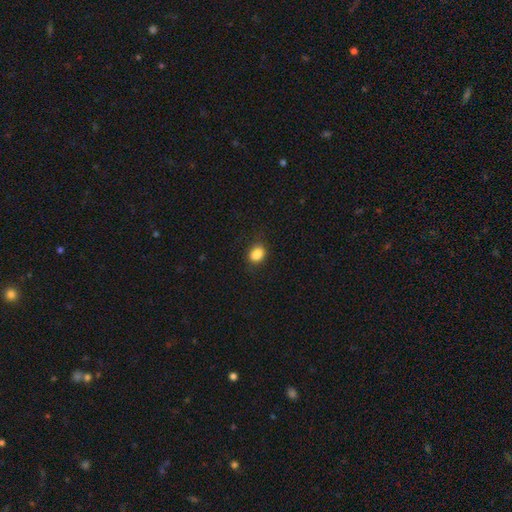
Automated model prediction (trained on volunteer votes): A smooth galaxy with no disk features (87%) that is in between round and cigar-shaped (59%). Merging: none (82%).